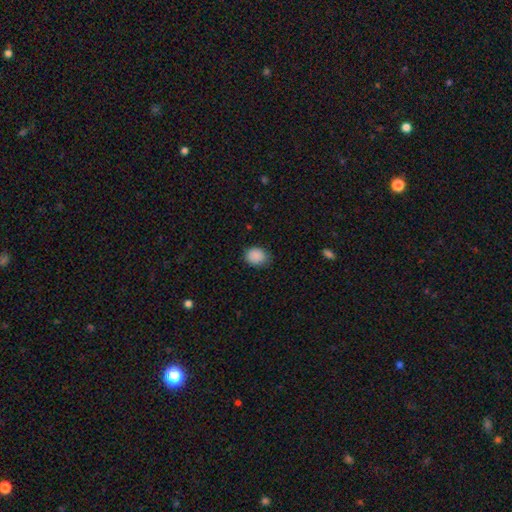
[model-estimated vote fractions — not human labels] Smooth or featured?
  - smooth: 89% *
  - star or artifact: 8%
  - featured or disk: 3%
How rounded?
  - in between: 52% *
  - round: 47%
  - cigar-shaped: 1%
Merging?
  - none: 77% *
  - minor disturbance: 19%
  - major disturbance: 3%
  - merger: 1%